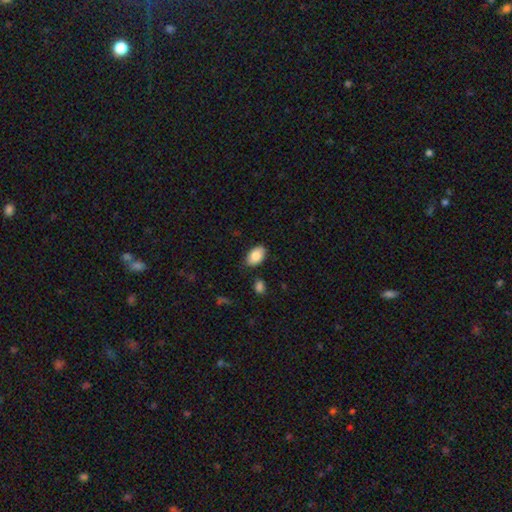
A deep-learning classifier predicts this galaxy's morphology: Smooth or featured: smooth — 84% (featured or disk — 9%)
How rounded: in between — 92% (round — 7%)
Merging: none — 83% (minor disturbance — 12%)